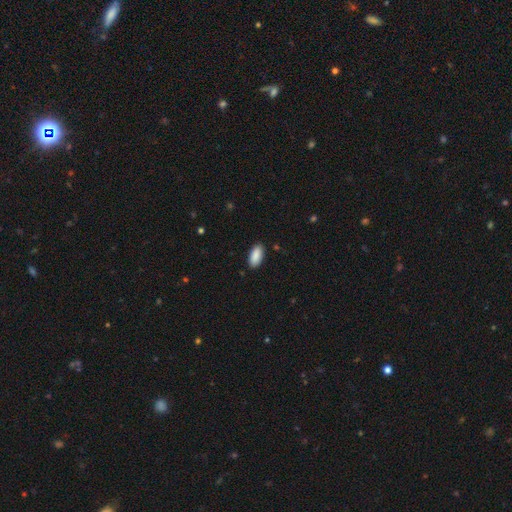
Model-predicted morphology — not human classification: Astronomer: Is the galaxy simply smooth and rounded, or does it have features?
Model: smooth — 90%.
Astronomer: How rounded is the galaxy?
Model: in between — 91%.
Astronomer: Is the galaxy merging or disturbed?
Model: none — 89%.